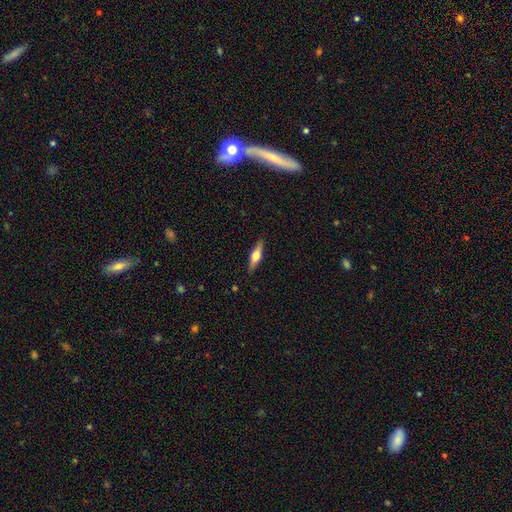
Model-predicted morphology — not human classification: smooth_or_featured: featured or disk (p=0.49) [alt: smooth p=0.45]
merging: none (p=0.88) [alt: minor disturbance p=0.09]